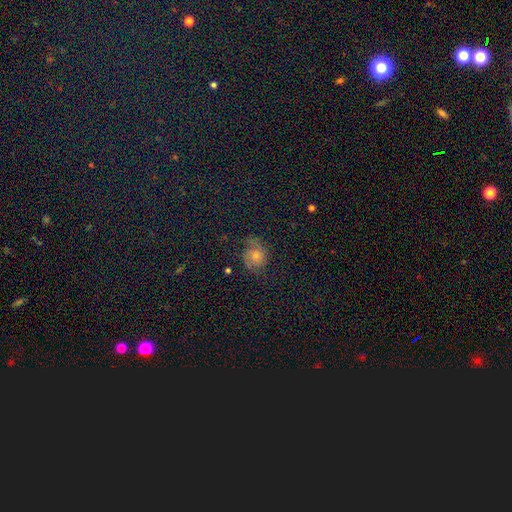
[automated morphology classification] smooth 45%, featured or disk 32%, star or artifact 23%. Down the decision tree: merging — none (66%).